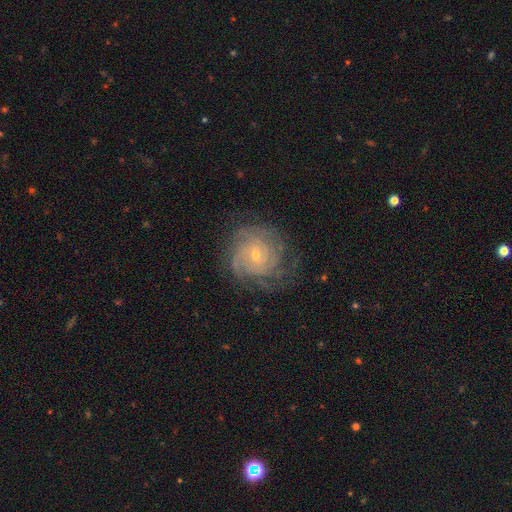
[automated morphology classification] smooth-or-featured: featured or disk: 84% | smooth: 9% | star or artifact: 7%
  disk-edge-on: no: 97% | yes: 3%
    bar: no: 67% | weak: 28% | strong: 6%
    has-spiral-arms: yes: 95% | no: 5%
      spiral-winding: tight: 76% | medium: 20% | loose: 4%
      spiral-arm-count: can't tell: 36% | 4: 18% | 3: 17% | 2: 14% | more than 4: 8% | 1: 6%
    bulge-size: small: 69% | moderate: 28% | large: 1% | none: 1% | dominant: 1%
  merging: none: 71% | minor disturbance: 18% | major disturbance: 10% | merger: 1%